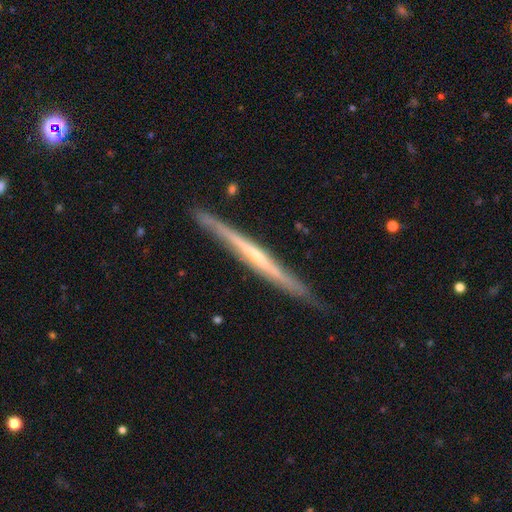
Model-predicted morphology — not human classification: The model was most divided on "edge-on bulge": none: 51%, rounded: 43%, boxy: 6%. More confident: edge-on disk — yes (97%); merging — none (85%); smooth or featured — featured or disk (78%).